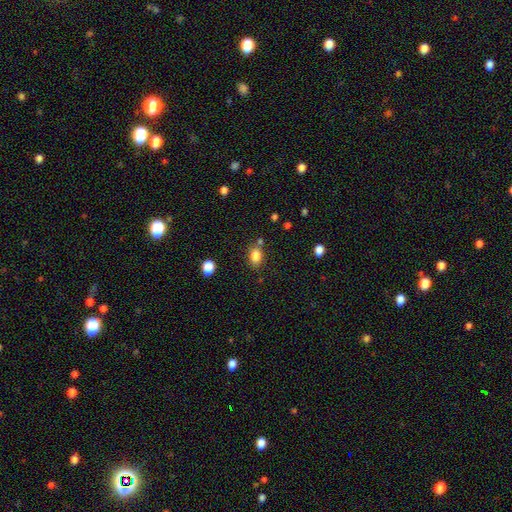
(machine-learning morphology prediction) The model was most divided on "how rounded": in between: 74%, round: 25%, cigar-shaped: 1%. More confident: smooth or featured — smooth (83%); merging — none (73%).